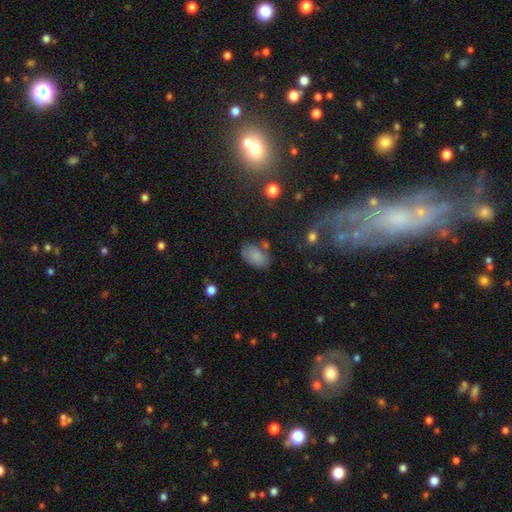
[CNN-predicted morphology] A smooth galaxy with no disk features (79%) that is in between round and cigar-shaped (90%). Merging: none (62%).